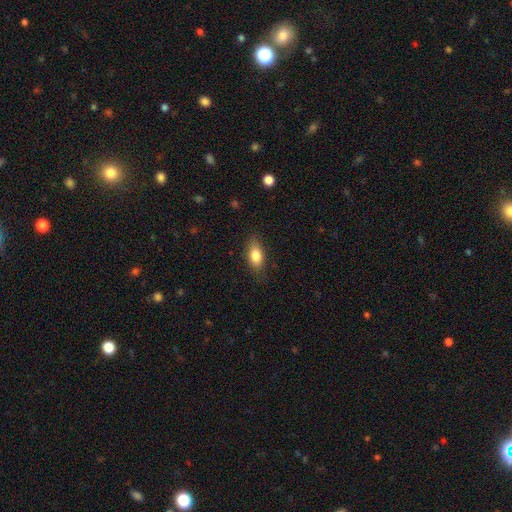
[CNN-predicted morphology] Smooth or featured? Predicted: smooth (p=0.80). How rounded? Predicted: in between (p=0.83). Merging? Predicted: none (p=0.81).